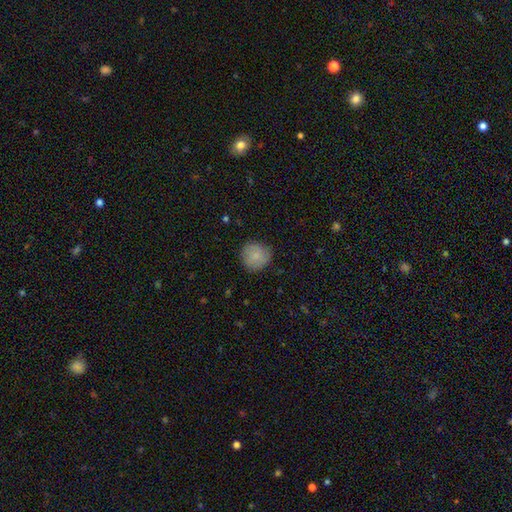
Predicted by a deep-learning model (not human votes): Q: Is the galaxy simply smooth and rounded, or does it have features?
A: smooth — 84%.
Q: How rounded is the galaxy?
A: round — 92%.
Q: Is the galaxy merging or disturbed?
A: none — 82%.